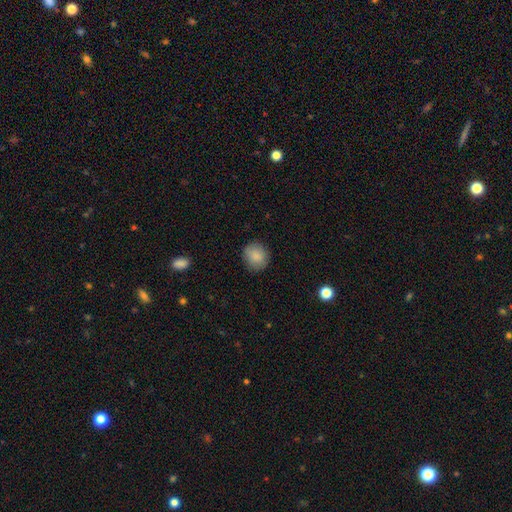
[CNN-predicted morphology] smooth_or_featured: smooth (p=0.88) [alt: star or artifact p=0.07]
how_rounded: round (p=0.84) [alt: in between p=0.15]
merging: none (p=0.87) [alt: minor disturbance p=0.10]